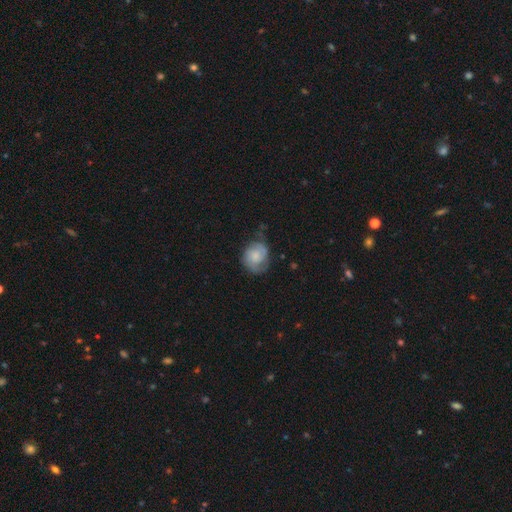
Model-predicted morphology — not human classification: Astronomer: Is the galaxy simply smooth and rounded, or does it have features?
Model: smooth — 49% (runner-up: featured or disk, 43%).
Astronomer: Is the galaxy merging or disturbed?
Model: none — 53% (runner-up: minor disturbance, 31%).